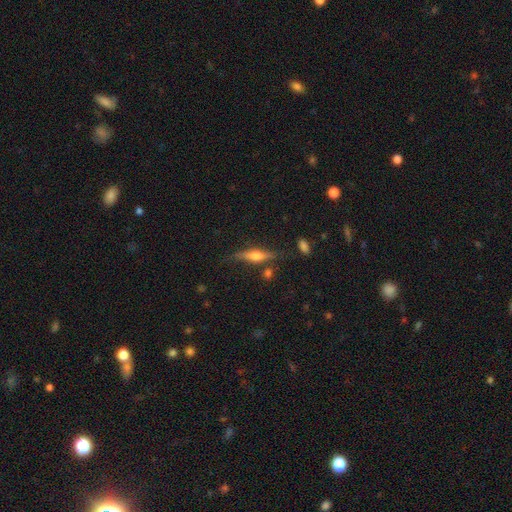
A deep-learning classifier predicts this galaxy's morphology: Overall: featured or disk (54%; smooth 38%). Edge-on disk: yes (93%). Edge-on bulge: rounded (84%). Merging: none (70%).